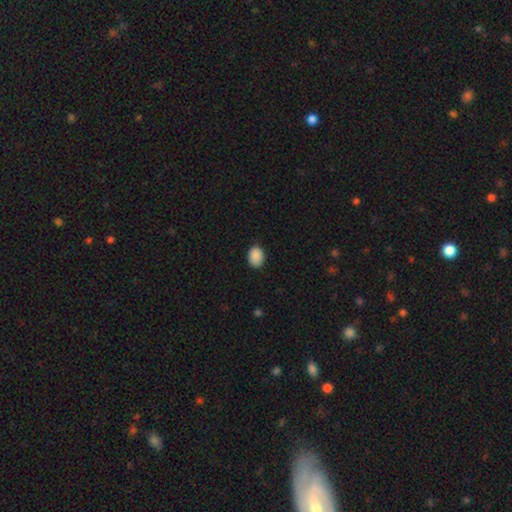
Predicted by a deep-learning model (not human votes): smooth_or_featured: smooth (p=0.90) [alt: star or artifact p=0.08]
how_rounded: in between (p=0.64) [alt: round p=0.35]
merging: none (p=0.86) [alt: minor disturbance p=0.10]